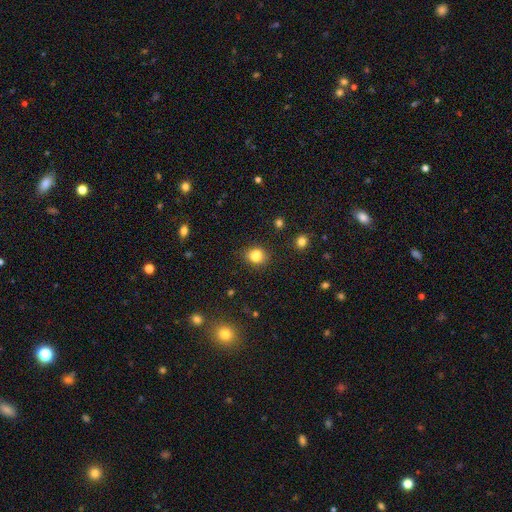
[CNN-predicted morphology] smooth_or_featured: smooth (p=0.81) [alt: star or artifact p=0.12]
how_rounded: round (p=0.61) [alt: in between p=0.38]
merging: none (p=0.71) [alt: minor disturbance p=0.15]